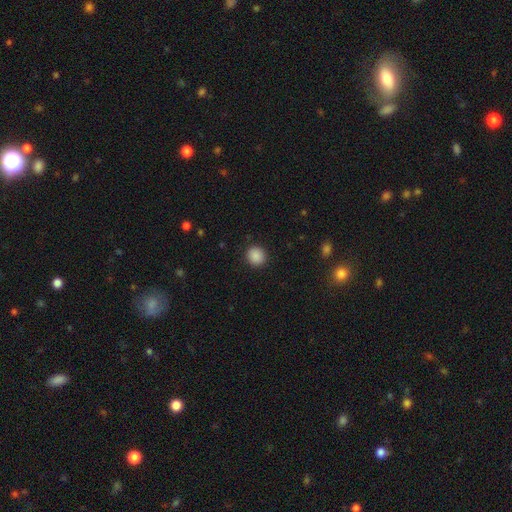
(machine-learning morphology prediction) Overall: smooth (88%). How rounded: round (88%). Merging: none (91%).